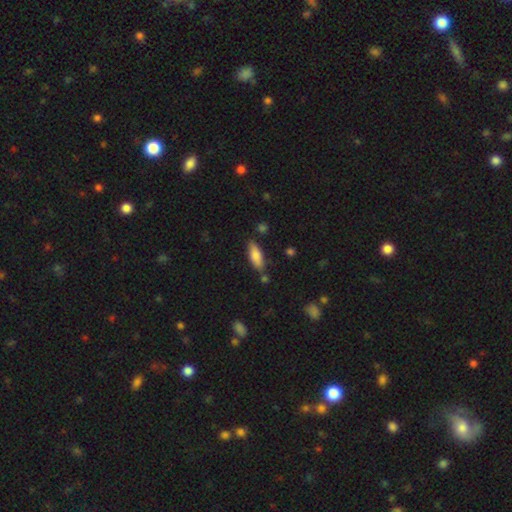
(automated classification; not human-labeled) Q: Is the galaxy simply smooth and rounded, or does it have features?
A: smooth — 80%.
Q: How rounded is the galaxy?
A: in between — 67%.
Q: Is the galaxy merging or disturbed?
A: none — 75%.